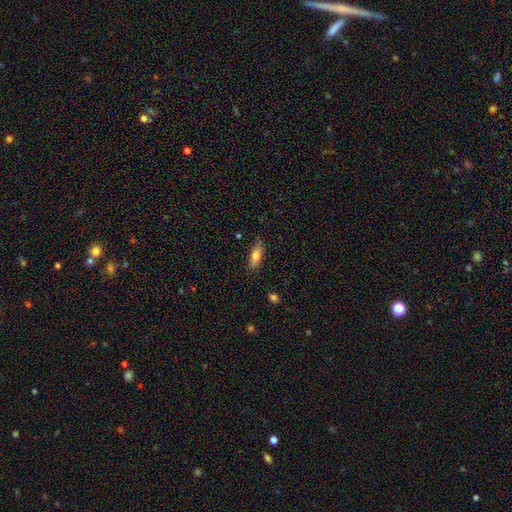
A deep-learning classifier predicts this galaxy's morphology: smooth_or_featured: smooth (p=0.77) [alt: featured or disk p=0.16]
how_rounded: in between (p=0.58) [alt: cigar-shaped p=0.40]
merging: none (p=0.79) [alt: minor disturbance p=0.16]